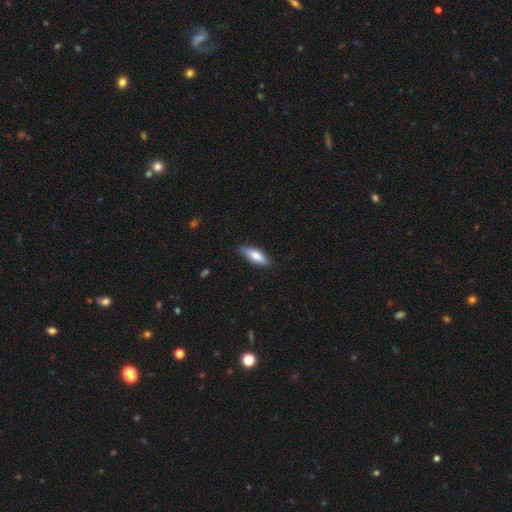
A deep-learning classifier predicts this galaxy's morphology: smooth_or_featured: smooth (p=0.77) [alt: featured or disk p=0.17]
how_rounded: in between (p=0.61) [alt: cigar-shaped p=0.37]
merging: none (p=0.83) [alt: minor disturbance p=0.14]